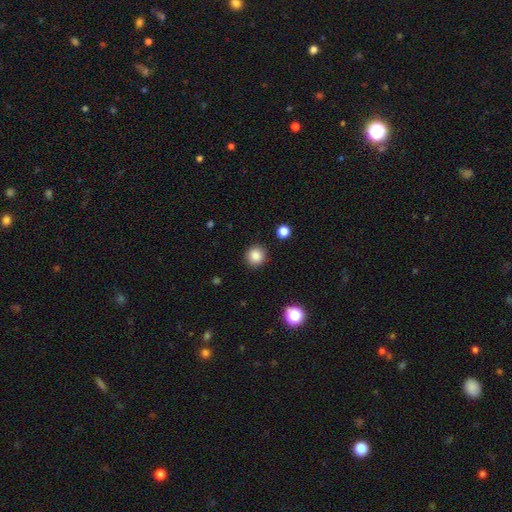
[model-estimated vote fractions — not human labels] The model was most divided on "smooth or featured": smooth: 86%, star or artifact: 10%, featured or disk: 4%. More confident: how rounded — round (92%); merging — none (91%).